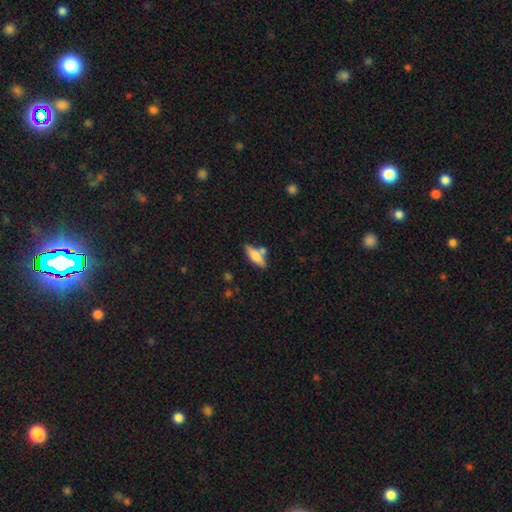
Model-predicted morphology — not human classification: smooth 60%, featured or disk 34%, star or artifact 7%. Down the decision tree: how rounded — cigar-shaped (51%); merging — none (70%).